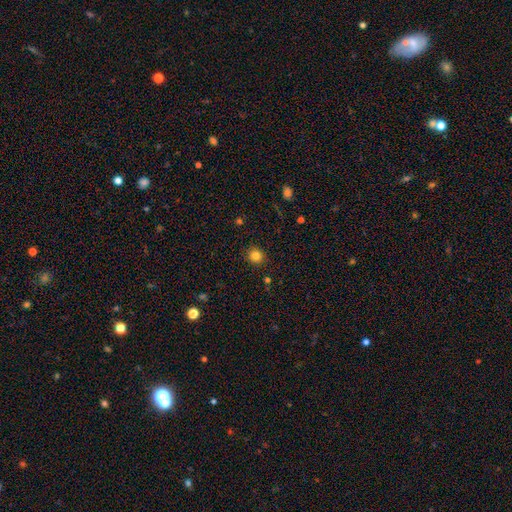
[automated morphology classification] smooth_or_featured: smooth (p=0.82) [alt: star or artifact p=0.13]
how_rounded: round (p=0.89) [alt: in between p=0.10]
merging: none (p=0.91) [alt: minor disturbance p=0.06]